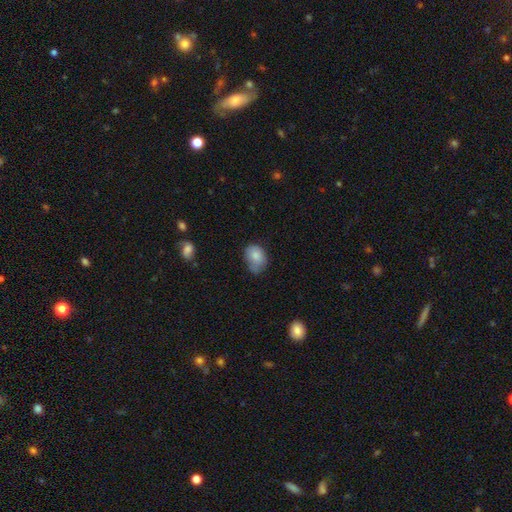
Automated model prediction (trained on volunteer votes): Morphology: type=smooth (82%); roundness=in between (66%); merging=none (48%).